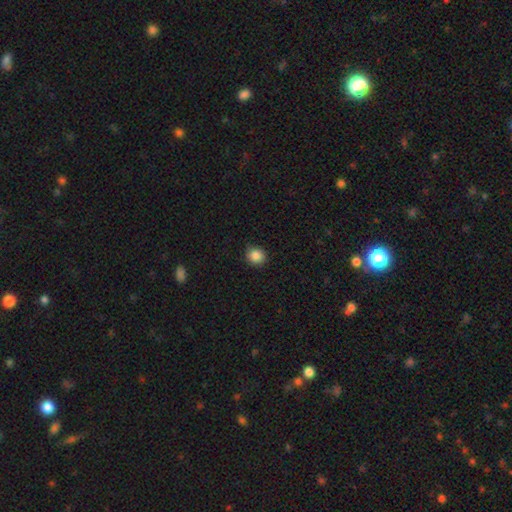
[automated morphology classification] Smooth or featured? smooth (87%)
How rounded? round (85%)
Merging? none (87%)